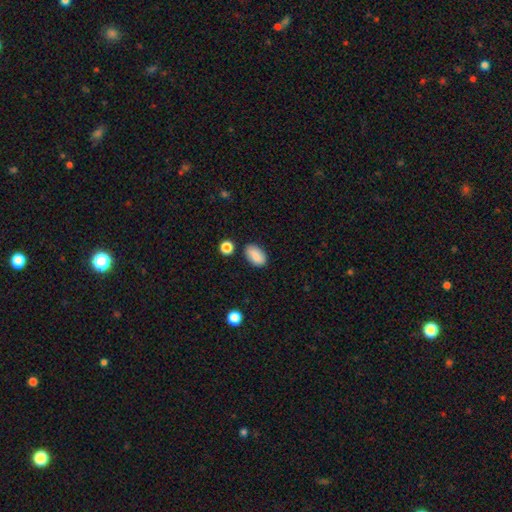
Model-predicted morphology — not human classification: type=smooth (88%); roundness=in between (92%); merging=none (81%).